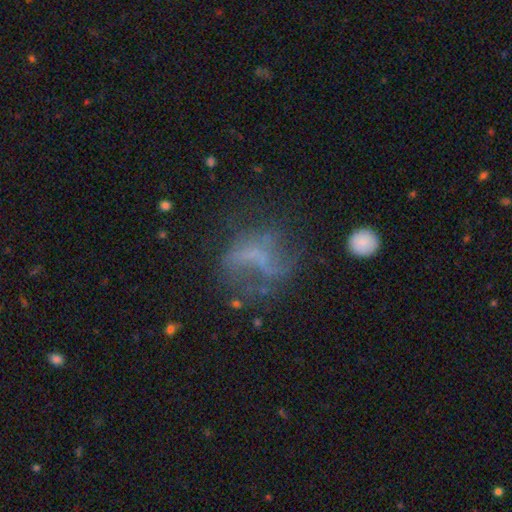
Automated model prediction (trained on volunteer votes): This appears to be a featured or disk galaxy (55%) with no bar (63%), no spiral arms (59%) and no central bulge (71%). Merging: none (41%).